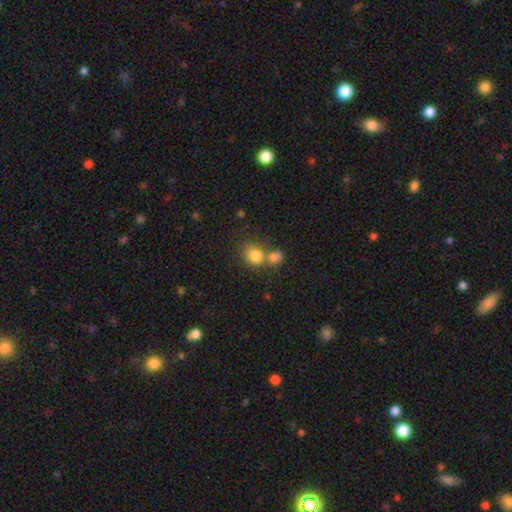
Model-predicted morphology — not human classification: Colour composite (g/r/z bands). It shows a smooth galaxy with no disk features (81%) that is round (73%). Merging: none (44%).